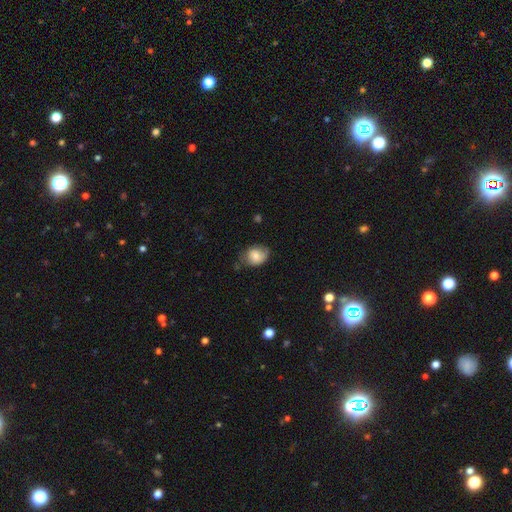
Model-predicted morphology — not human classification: A smooth galaxy with no disk features (71%) that is in between round and cigar-shaped (55%).

Vote fractions:
- Smooth or featured? smooth: 71% / featured or disk: 21% / star or artifact: 8%
- How rounded? in between: 55% / round: 44% / cigar-shaped: 1%
- Merging? none: 56% / minor disturbance: 33% / major disturbance: 9% / merger: 2%